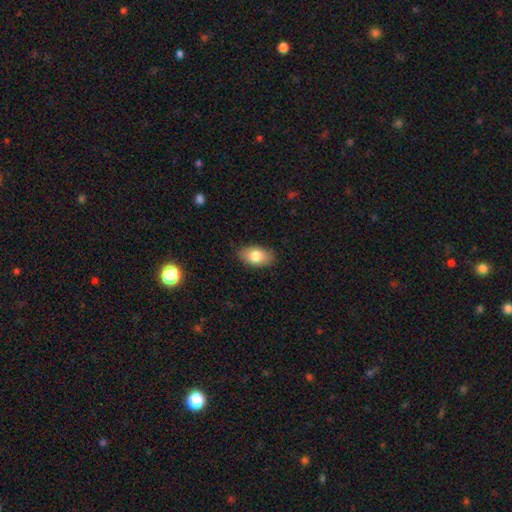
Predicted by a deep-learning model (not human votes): A smooth galaxy with no disk features (80%) that is in between round and cigar-shaped (91%).

Vote fractions:
- Smooth or featured? smooth: 80% / featured or disk: 13% / star or artifact: 7%
- How rounded? in between: 91% / round: 7% / cigar-shaped: 2%
- Merging? none: 86% / minor disturbance: 11% / major disturbance: 2% / merger: 1%